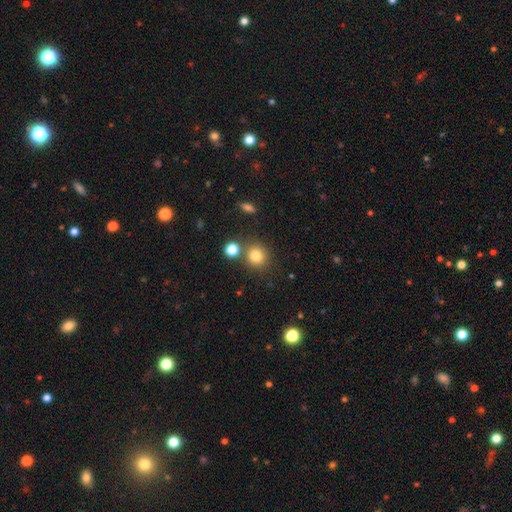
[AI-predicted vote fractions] A smooth galaxy with no disk features (80%) that is round (88%).

Vote fractions:
- Smooth or featured? smooth: 80% / star or artifact: 13% / featured or disk: 7%
- How rounded? round: 88% / in between: 11% / cigar-shaped: 1%
- Merging? none: 75% / merger: 13% / minor disturbance: 9% / major disturbance: 3%